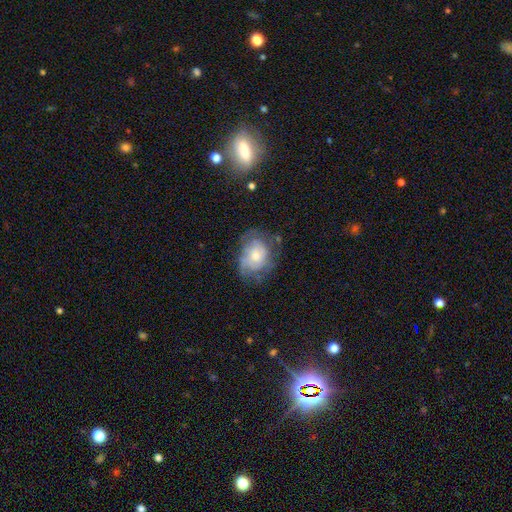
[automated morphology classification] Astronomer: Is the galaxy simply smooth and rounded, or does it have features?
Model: featured or disk — 48% (runner-up: smooth, 43%).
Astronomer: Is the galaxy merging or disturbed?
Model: none — 52% (runner-up: minor disturbance, 28%).